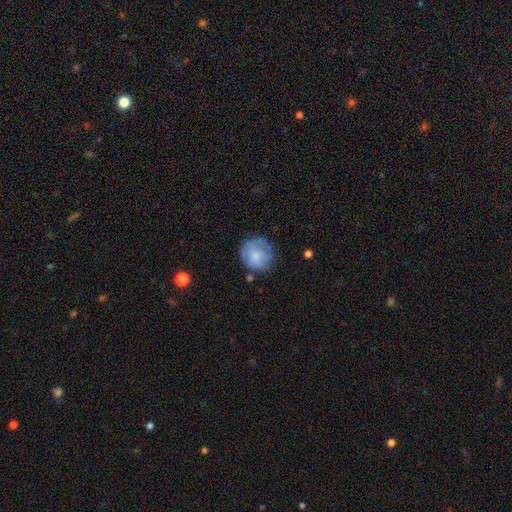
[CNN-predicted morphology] type=smooth (69%); roundness=round (91%); merging=none (69%).